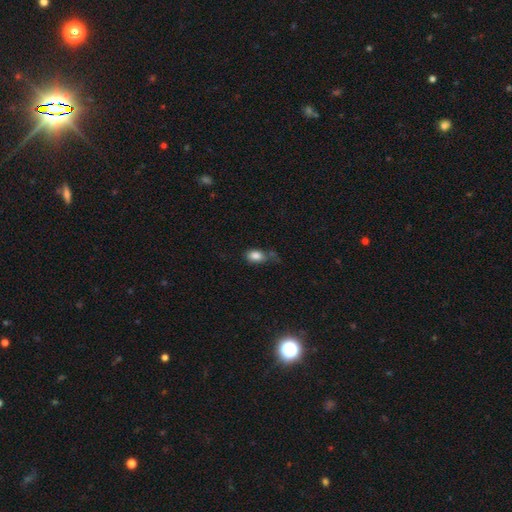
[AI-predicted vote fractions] This appears to be a smooth galaxy with no disk features (84%) that is in between round and cigar-shaped (84%). Merging: none (49%).